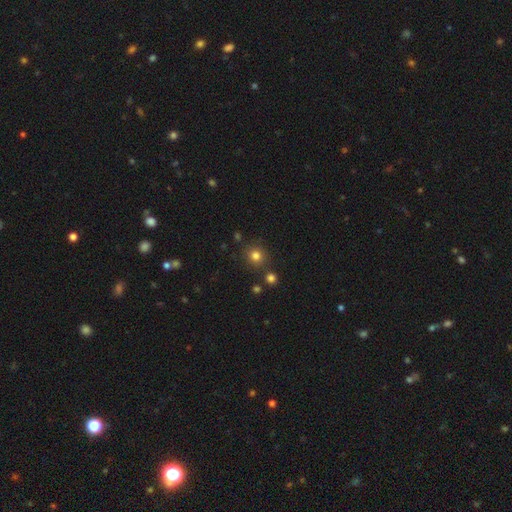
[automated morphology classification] Overall: smooth (80%). How rounded: round (90%). Merging: none (84%).